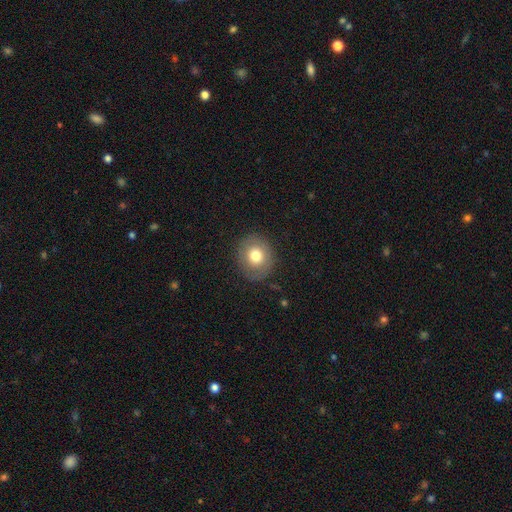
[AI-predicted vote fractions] This is likely a smooth galaxy (72%). How rounded: likely round (79%). Merging: clearly none (86%).